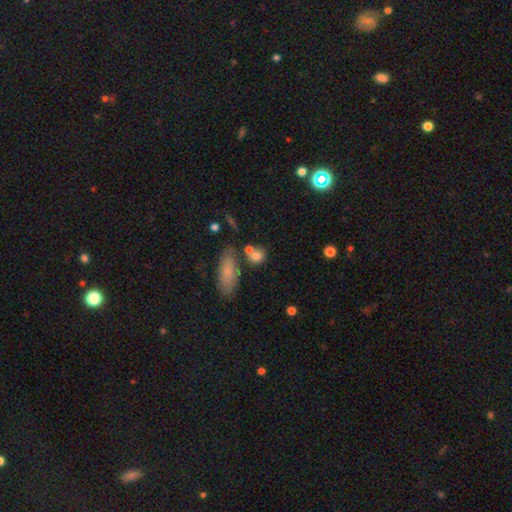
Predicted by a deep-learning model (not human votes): Morphology: type=smooth (80%); roundness=round (67%); merging=none (57%).